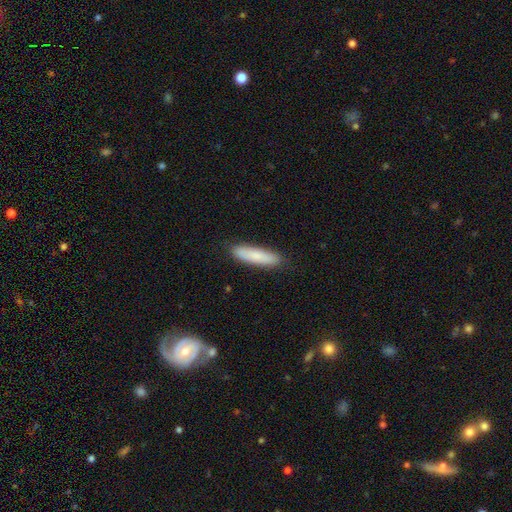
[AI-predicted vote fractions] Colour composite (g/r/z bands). It shows a smooth galaxy with no disk features (82%) that is cigar-shaped (77%). Merging: none (87%).